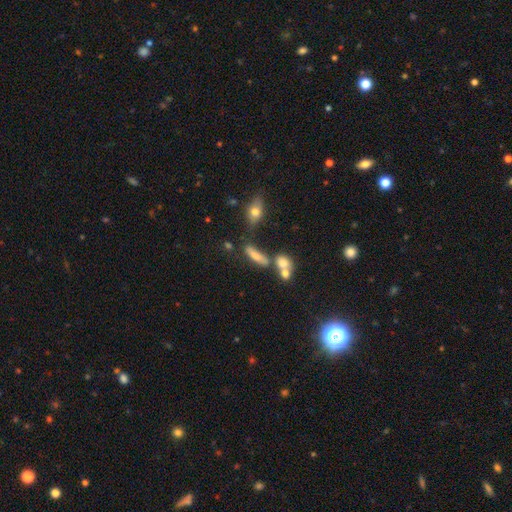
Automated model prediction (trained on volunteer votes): Smooth or featured?
  - smooth: 66% *
  - featured or disk: 22%
  - star or artifact: 13%
How rounded?
  - cigar-shaped: 53% *
  - in between: 40%
  - round: 6%
Merging?
  - none: 48% *
  - merger: 27%
  - minor disturbance: 16%
  - major disturbance: 9%